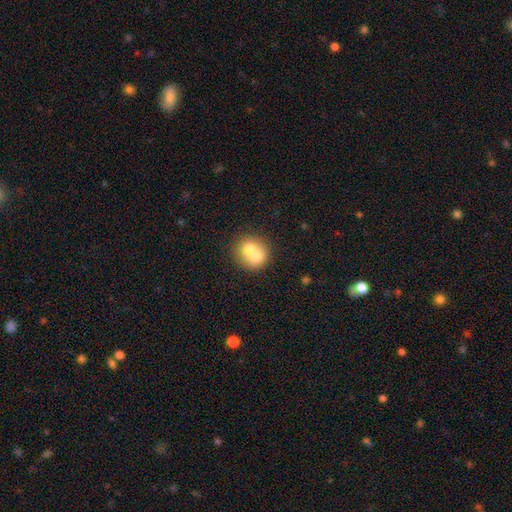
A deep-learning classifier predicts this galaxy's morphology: This is likely a smooth galaxy (67%). How rounded: clearly round (80%). Merging: likely merger (63%).